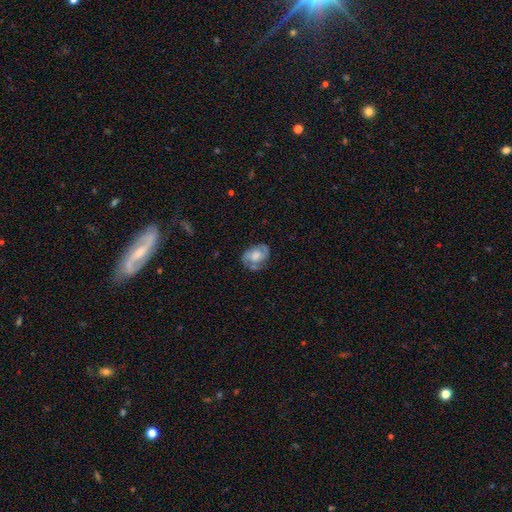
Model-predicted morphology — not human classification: A featured or disk galaxy (59%) with no bar (68%), spiral arms (78%) and a large central bulge (32%, tied with moderate). Merging: none (59%).